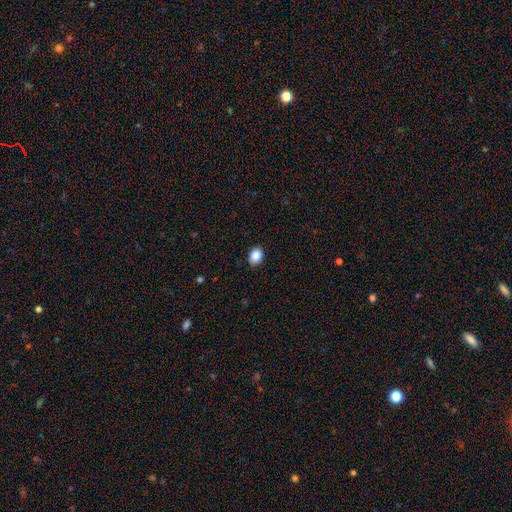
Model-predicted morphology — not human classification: This is clearly a smooth galaxy (88%). How rounded: likely in between (67%). Merging: clearly none (88%).